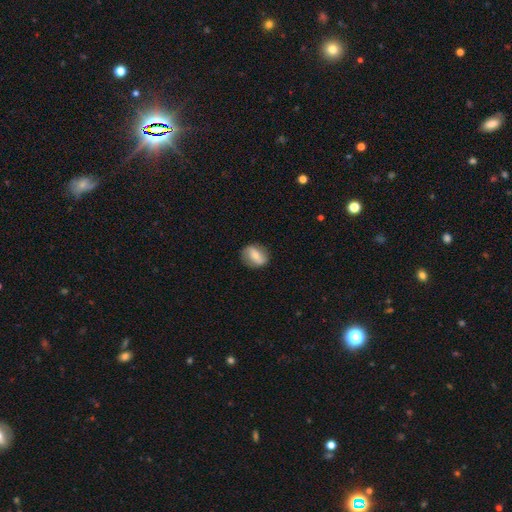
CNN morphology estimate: The model was most divided on "smooth or featured": smooth: 57%, featured or disk: 36%, star or artifact: 8%. More confident: merging — none (81%); how rounded — in between (60%).